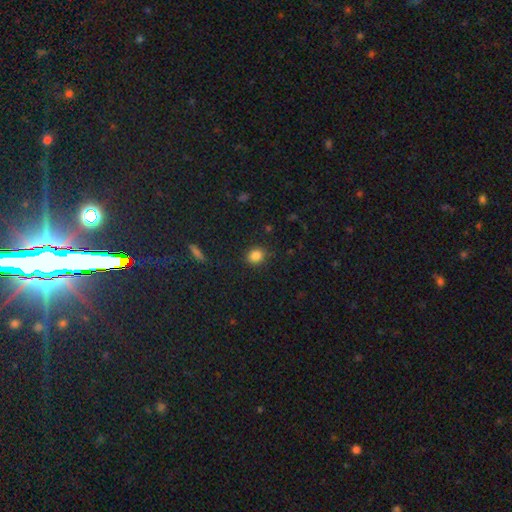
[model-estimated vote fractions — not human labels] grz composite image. It shows a smooth galaxy with no disk features (85%) that is round (75%). Merging: none (85%).